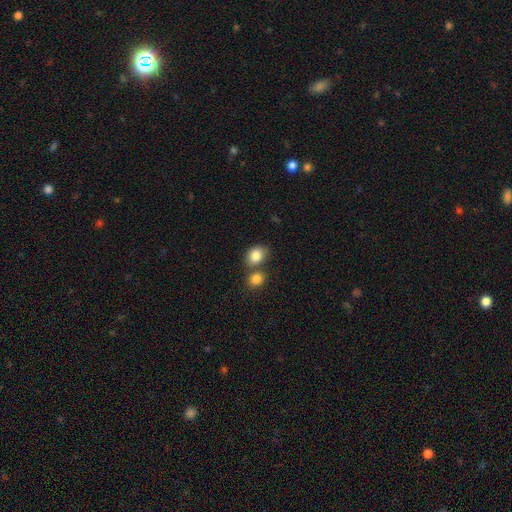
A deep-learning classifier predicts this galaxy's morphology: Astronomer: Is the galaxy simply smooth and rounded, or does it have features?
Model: smooth — 84%.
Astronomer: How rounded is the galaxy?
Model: in between — 53% (runner-up: round, 46%).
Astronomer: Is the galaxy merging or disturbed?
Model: none — 53% (runner-up: merger, 33%).